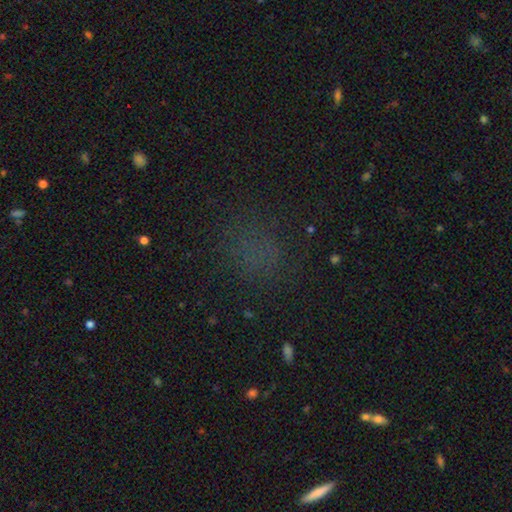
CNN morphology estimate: A smooth galaxy with no disk features (53%) that is round (74%).

Vote fractions:
- Smooth or featured? smooth: 53% / star or artifact: 39% / featured or disk: 9%
- How rounded? round: 74% / in between: 24% / cigar-shaped: 2%
- Merging? none: 81% / minor disturbance: 11% / major disturbance: 7% / merger: 2%